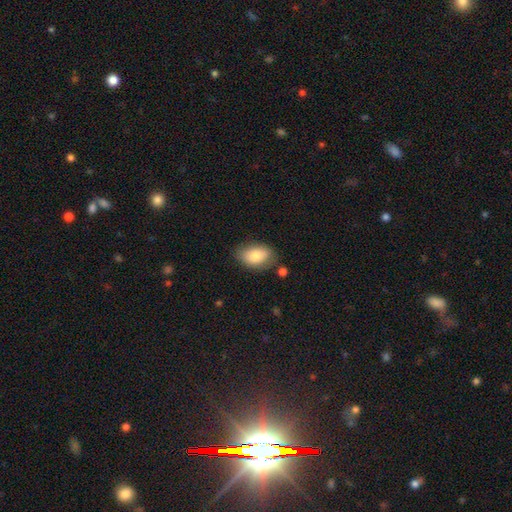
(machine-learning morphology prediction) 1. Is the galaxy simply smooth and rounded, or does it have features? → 83% smooth, 10% featured or disk, 7% star or artifact.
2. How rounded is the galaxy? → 90% in between, 9% round, 2% cigar-shaped.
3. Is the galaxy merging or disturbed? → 74% none, 18% minor disturbance, 4% major disturbance, 3% merger.